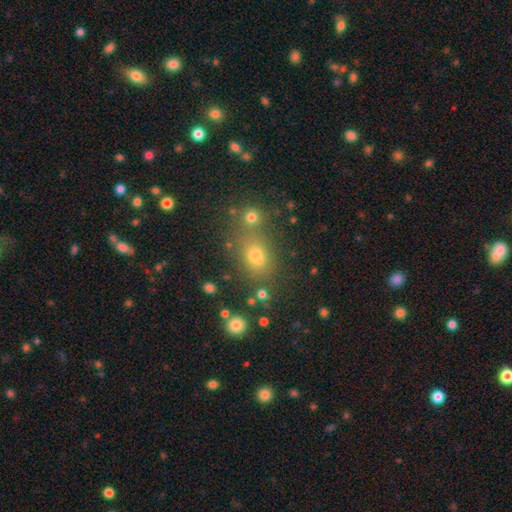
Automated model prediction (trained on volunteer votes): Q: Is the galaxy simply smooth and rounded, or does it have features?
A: smooth — 68%.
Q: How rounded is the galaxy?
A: in between — 59%.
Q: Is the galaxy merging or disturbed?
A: none — 61%.